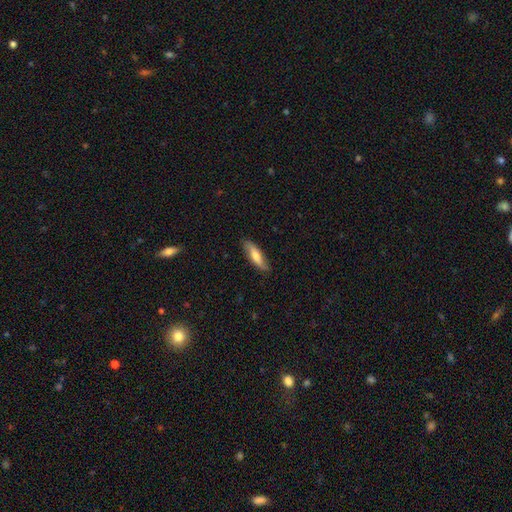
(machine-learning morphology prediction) A smooth galaxy with no disk features (61%) that is cigar-shaped (58%). Merging: none (84%).